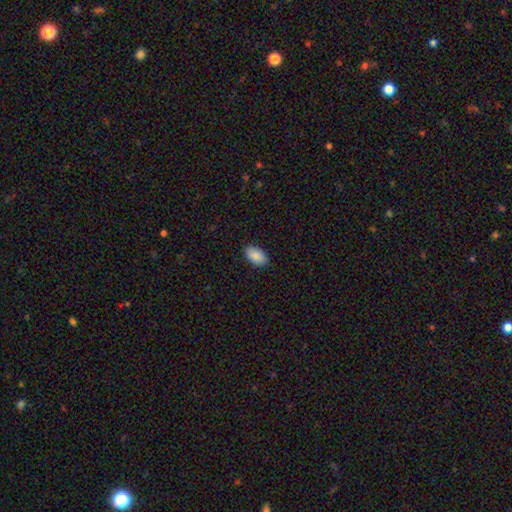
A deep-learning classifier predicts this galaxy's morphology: type=smooth (90%); roundness=in between (94%); merging=none (89%).